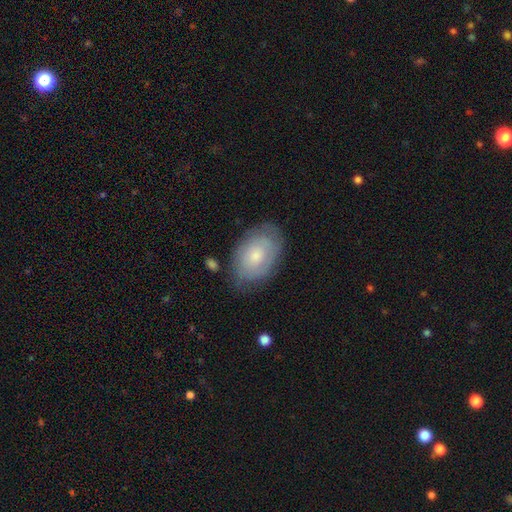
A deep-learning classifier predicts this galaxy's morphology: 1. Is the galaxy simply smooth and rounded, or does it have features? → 56% smooth, 37% featured or disk, 7% star or artifact.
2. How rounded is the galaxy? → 88% in between, 10% round, 1% cigar-shaped.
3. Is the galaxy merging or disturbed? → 71% none, 21% minor disturbance, 6% major disturbance, 2% merger.